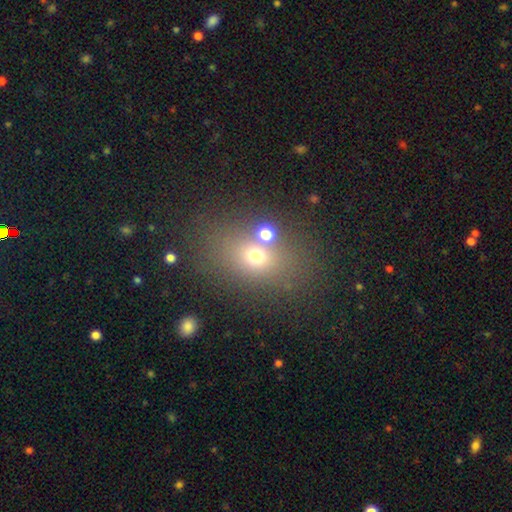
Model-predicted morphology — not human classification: Q: Smooth or featured?
A: smooth (64%); runner-up: star or artifact (21%)
Q: How rounded?
A: in between (56%); runner-up: round (42%)
Q: Merging?
A: none (65%); runner-up: merger (16%)